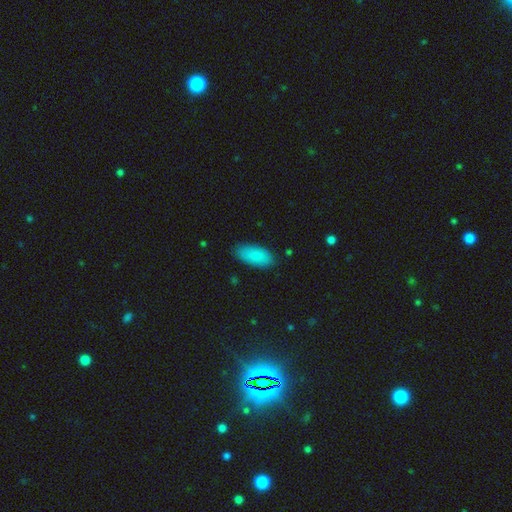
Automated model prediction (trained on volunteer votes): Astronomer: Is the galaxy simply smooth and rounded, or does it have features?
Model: smooth — 88%.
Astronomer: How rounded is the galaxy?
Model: in between — 89%.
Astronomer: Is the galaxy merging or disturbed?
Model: none — 85%.